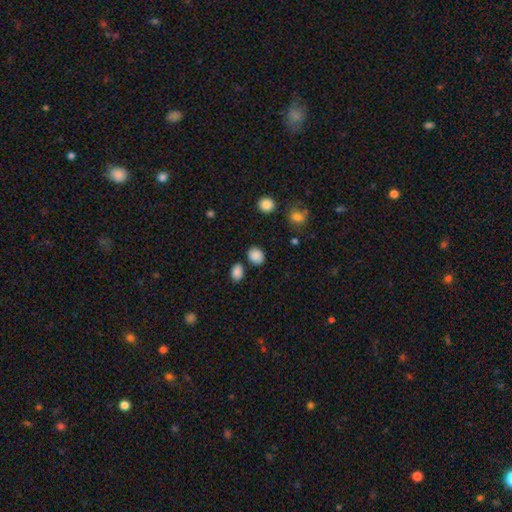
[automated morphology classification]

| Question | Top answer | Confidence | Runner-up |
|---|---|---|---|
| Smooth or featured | smooth | 86% | star or artifact (10%) |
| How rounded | in between | 58% | round (41%) |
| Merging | none | 78% | minor disturbance (11%) |